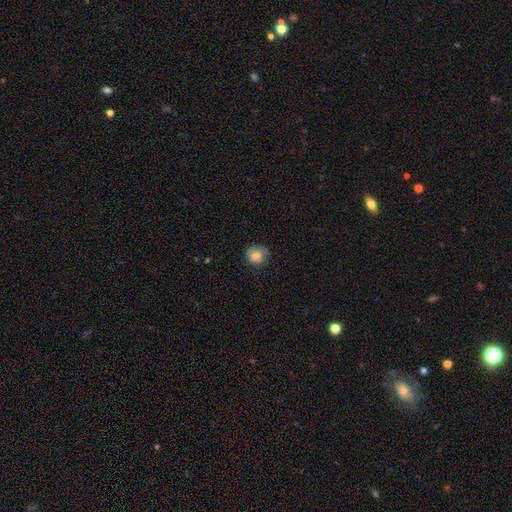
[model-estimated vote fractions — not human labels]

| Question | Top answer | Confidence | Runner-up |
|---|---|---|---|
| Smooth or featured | smooth | 82% | featured or disk (10%) |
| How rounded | round | 84% | in between (15%) |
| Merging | none | 70% | minor disturbance (23%) |